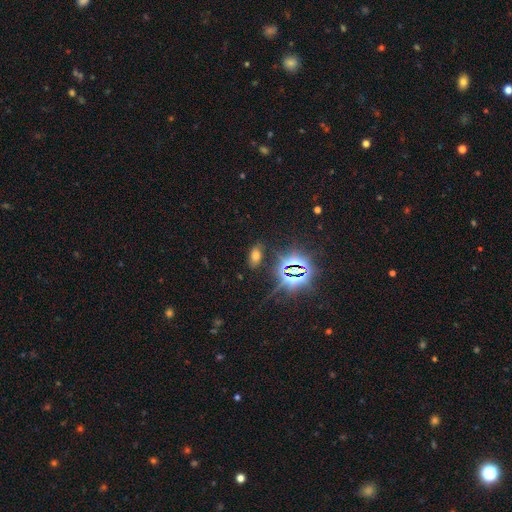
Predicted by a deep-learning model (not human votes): Overall: smooth (50%; star or artifact 39%). How rounded: in between (89%). Merging: none (81%).